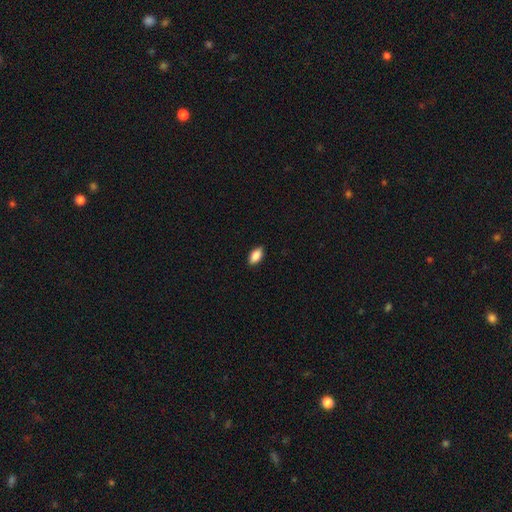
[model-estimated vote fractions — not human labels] Smooth or featured? smooth (88%)
How rounded? in between (92%)
Merging? none (89%)